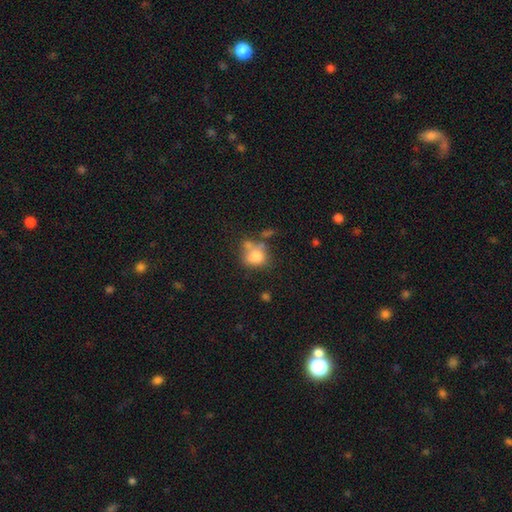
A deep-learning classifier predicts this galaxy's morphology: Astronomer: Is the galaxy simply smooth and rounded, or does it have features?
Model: smooth — 77%.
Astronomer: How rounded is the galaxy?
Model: round — 62%.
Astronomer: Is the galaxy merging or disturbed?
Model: none — 44% (runner-up: merger, 27%).